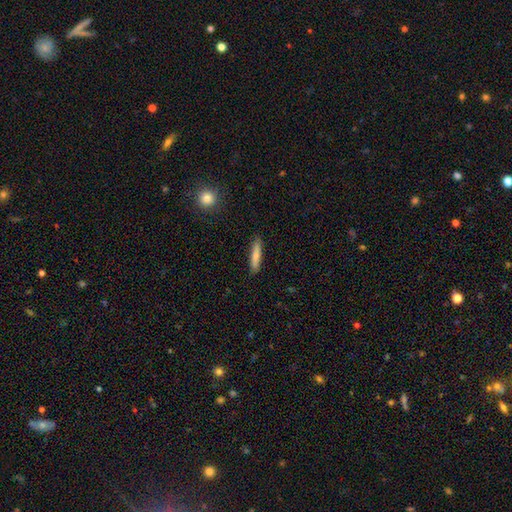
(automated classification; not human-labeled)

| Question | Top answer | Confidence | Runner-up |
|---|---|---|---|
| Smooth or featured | smooth | 78% | featured or disk (16%) |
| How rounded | cigar-shaped | 88% | in between (11%) |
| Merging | none | 89% | minor disturbance (8%) |